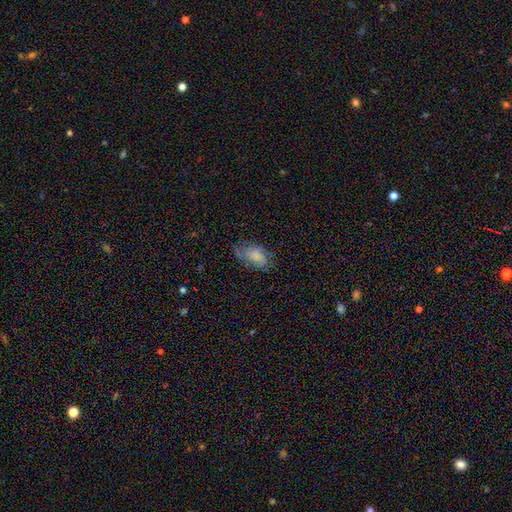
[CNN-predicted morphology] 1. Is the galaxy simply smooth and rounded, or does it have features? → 56% smooth, 34% featured or disk, 10% star or artifact.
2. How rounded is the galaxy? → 91% in between, 7% round, 2% cigar-shaped.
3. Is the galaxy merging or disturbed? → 59% none, 26% minor disturbance, 14% major disturbance, 2% merger.